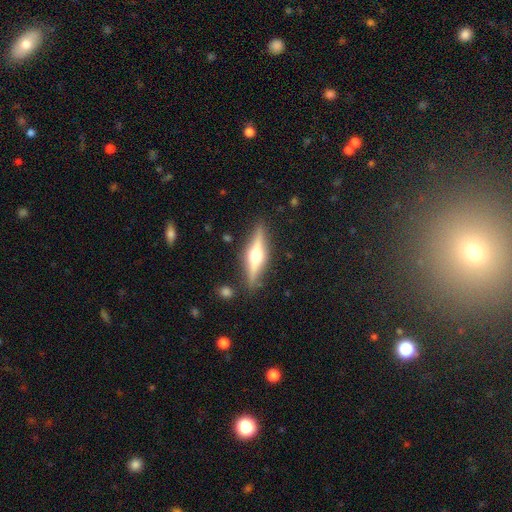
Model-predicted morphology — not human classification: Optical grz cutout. It shows a featured or disk galaxy (71%) viewed edge-on (97%) with a rounded central bulge (94%). Merging: none (86%).